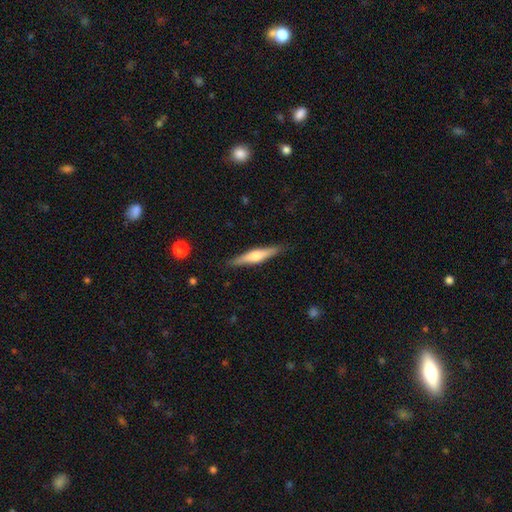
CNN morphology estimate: The model was most divided on "smooth or featured": featured or disk: 54%, smooth: 40%, star or artifact: 6%. More confident: edge-on disk — yes (96%); merging — none (87%); edge-on bulge — rounded (83%).